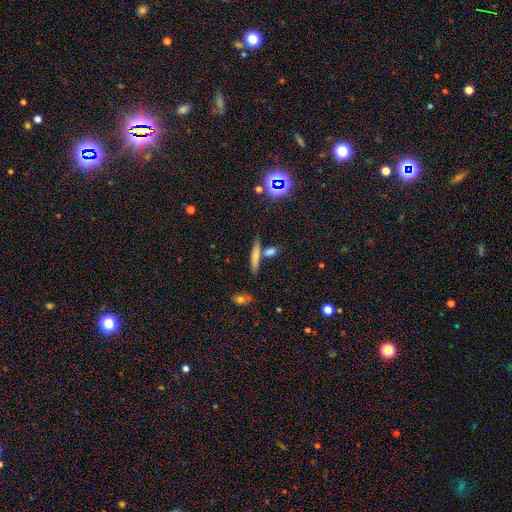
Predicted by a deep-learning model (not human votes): Smooth or featured? smooth (62%)
How rounded? cigar-shaped (86%)
Merging? none (68%)